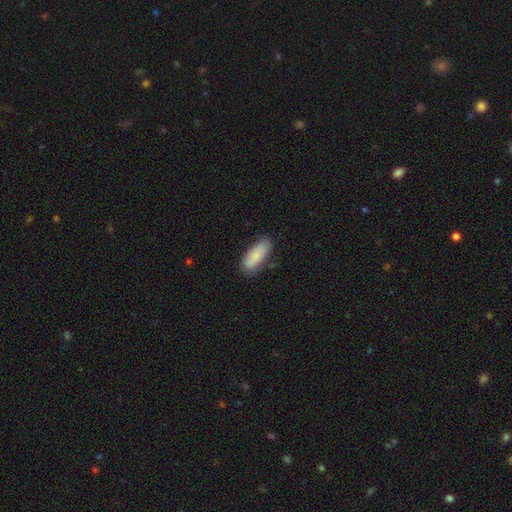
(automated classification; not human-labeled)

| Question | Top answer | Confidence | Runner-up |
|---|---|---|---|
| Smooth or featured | smooth | 81% | featured or disk (13%) |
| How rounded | in between | 78% | cigar-shaped (20%) |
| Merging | none | 75% | minor disturbance (19%) |